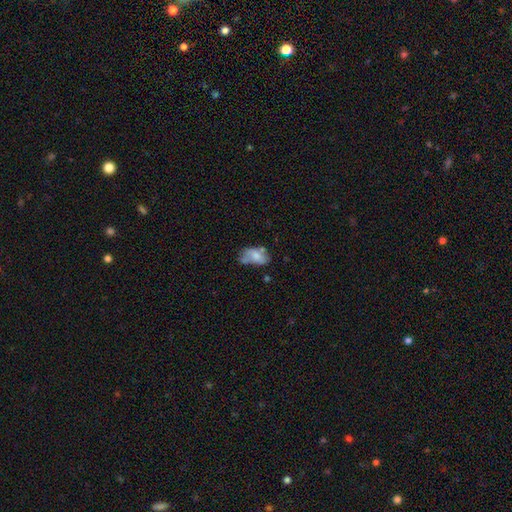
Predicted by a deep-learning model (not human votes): Q: Smooth or featured?
A: smooth (62%); runner-up: featured or disk (29%)
Q: How rounded?
A: in between (90%); runner-up: round (8%)
Q: Merging?
A: none (35%); runner-up: minor disturbance (29%)